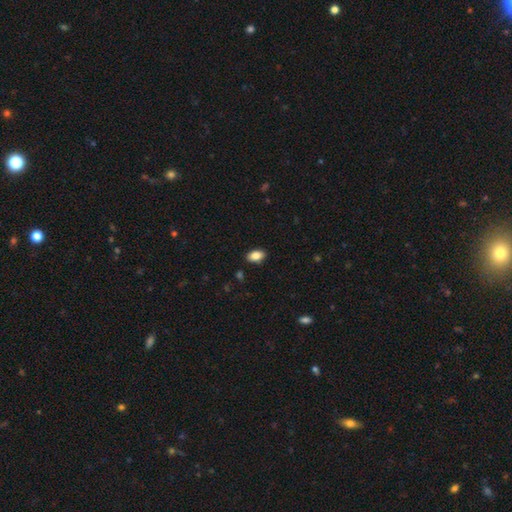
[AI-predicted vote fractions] smooth 85%, star or artifact 8%, featured or disk 7%. Down the decision tree: how rounded — in between (91%); merging — none (89%).